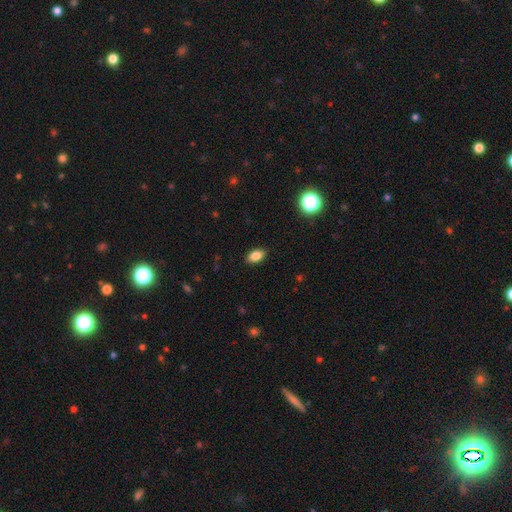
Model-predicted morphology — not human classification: Smooth or featured?
  - smooth: 86% *
  - star or artifact: 9%
  - featured or disk: 5%
How rounded?
  - in between: 90% *
  - round: 8%
  - cigar-shaped: 3%
Merging?
  - none: 89% *
  - minor disturbance: 8%
  - major disturbance: 2%
  - merger: 1%